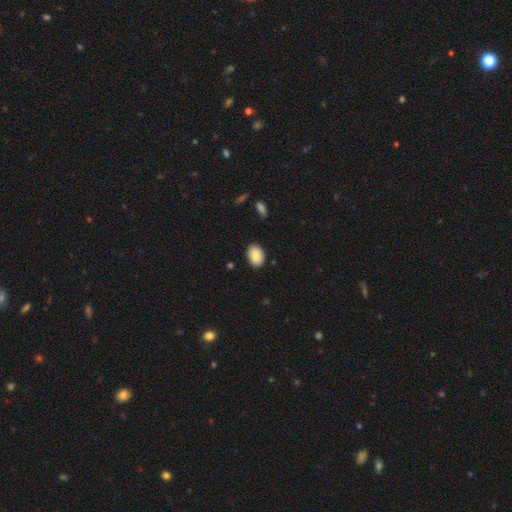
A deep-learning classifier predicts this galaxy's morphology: Smooth or featured?
  - smooth: 83% *
  - featured or disk: 10%
  - star or artifact: 7%
How rounded?
  - in between: 85% *
  - round: 14%
  - cigar-shaped: 1%
Merging?
  - none: 87% *
  - minor disturbance: 10%
  - major disturbance: 2%
  - merger: 1%